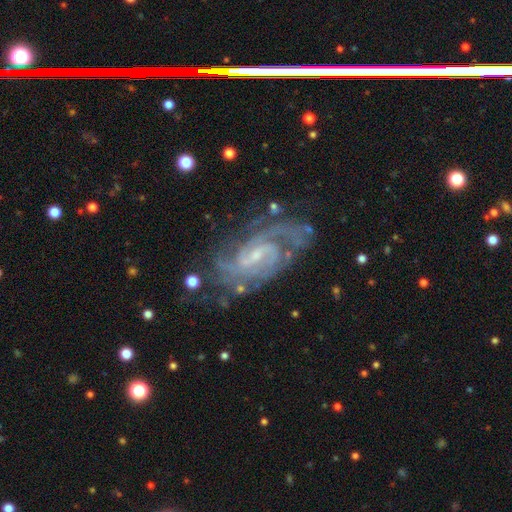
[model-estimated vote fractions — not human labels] smooth_or_featured: featured or disk (p=0.90) [alt: star or artifact p=0.06]
disk_edge_on: no (p=0.97) [alt: yes p=0.03]
bar: weak (p=0.53) [alt: no p=0.28]
has_spiral_arms: yes (p=0.98) [alt: no p=0.02]
spiral_winding: tight (p=0.54) [alt: medium p=0.38]
spiral_arm_count: 2 (p=0.41) [alt: 3 p=0.20]
bulge_size: small (p=0.71) [alt: moderate p=0.19]
merging: none (p=0.71) [alt: minor disturbance p=0.18]